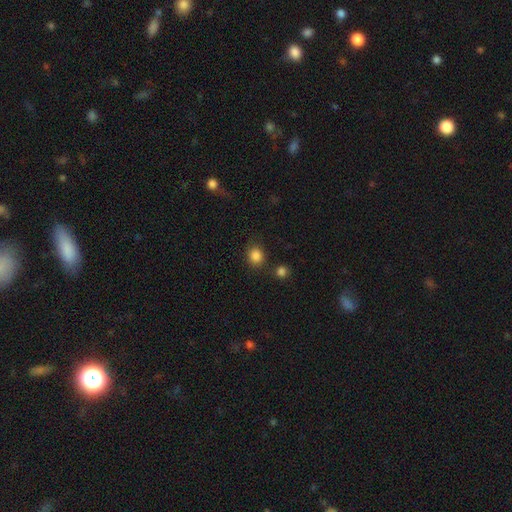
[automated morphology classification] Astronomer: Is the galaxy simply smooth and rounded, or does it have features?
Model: smooth — 85%.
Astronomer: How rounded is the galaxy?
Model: round — 77%.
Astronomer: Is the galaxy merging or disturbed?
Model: none — 77%.